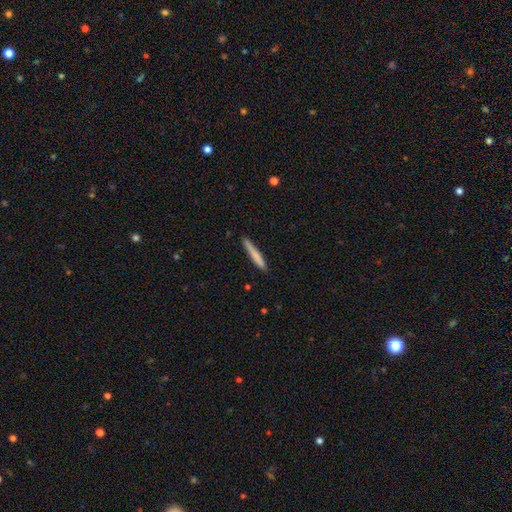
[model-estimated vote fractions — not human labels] Overall: smooth (73%). How rounded: cigar-shaped (96%). Merging: none (85%).